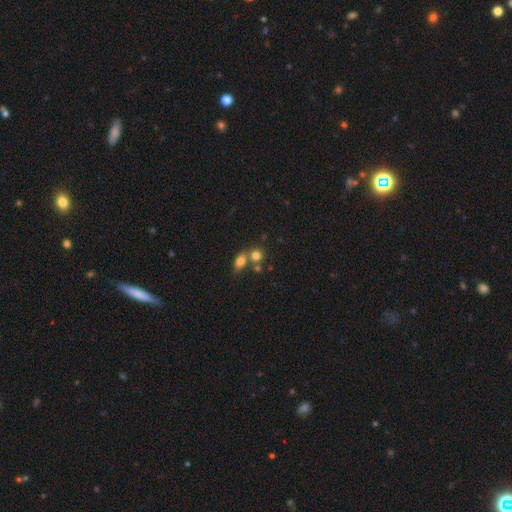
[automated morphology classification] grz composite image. It shows a smooth galaxy with no disk features (78%) that is round (66%). Merging: merger (45%).